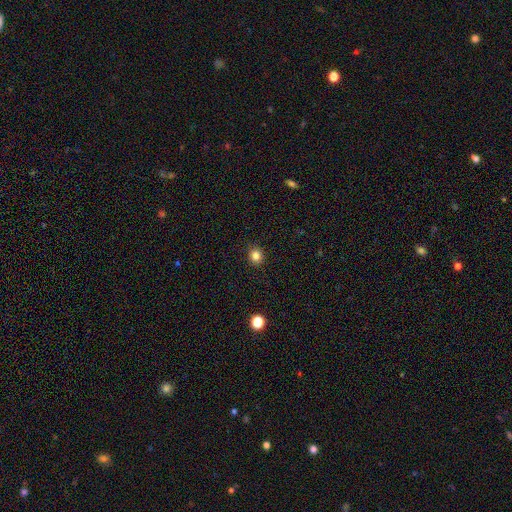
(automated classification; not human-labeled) Q: Smooth or featured?
A: smooth (84%); runner-up: star or artifact (12%)
Q: How rounded?
A: round (85%); runner-up: in between (14%)
Q: Merging?
A: none (91%); runner-up: minor disturbance (6%)